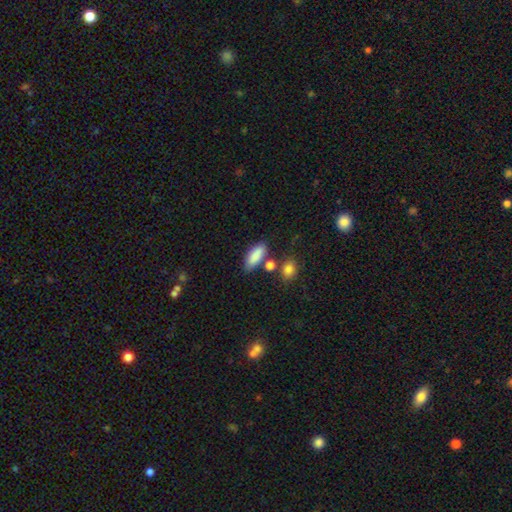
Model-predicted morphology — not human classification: Q: Smooth or featured?
A: smooth (86%); runner-up: star or artifact (7%)
Q: How rounded?
A: in between (77%); runner-up: cigar-shaped (20%)
Q: Merging?
A: none (66%); runner-up: minor disturbance (15%)